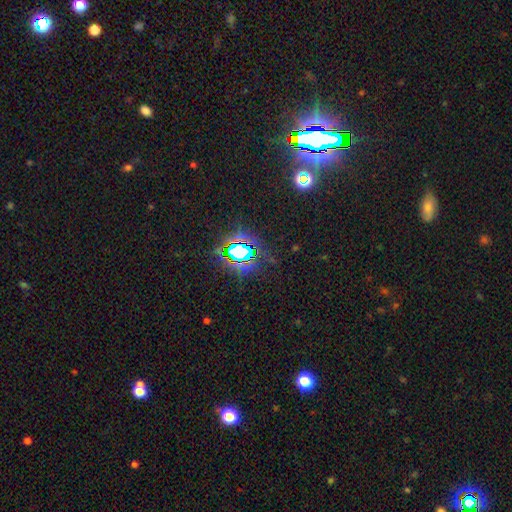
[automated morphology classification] Smooth or featured: star or artifact — 82% (smooth — 10%)